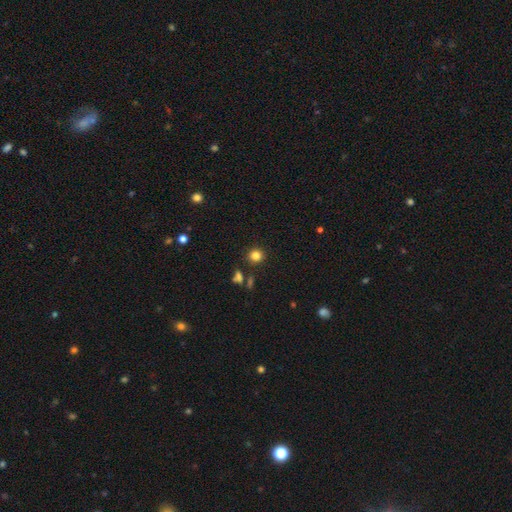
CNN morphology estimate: smooth 82%, star or artifact 13%, featured or disk 5%. Down the decision tree: how rounded — round (90%); merging — none (88%).